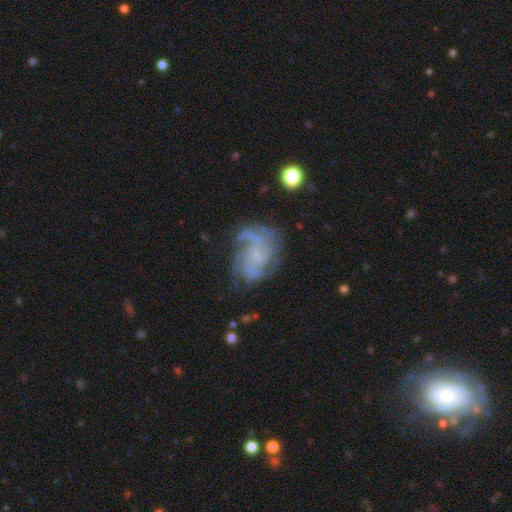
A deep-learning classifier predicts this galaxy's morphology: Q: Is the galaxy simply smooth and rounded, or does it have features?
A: featured or disk — 82%.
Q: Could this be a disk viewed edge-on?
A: no — 98%.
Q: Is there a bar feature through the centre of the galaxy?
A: no — 61%.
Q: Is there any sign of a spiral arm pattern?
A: yes — 93%.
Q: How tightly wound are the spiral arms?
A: medium — 43%.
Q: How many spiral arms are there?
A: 3 — 29%.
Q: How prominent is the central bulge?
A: small — 57%.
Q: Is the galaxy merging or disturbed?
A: none — 57%.